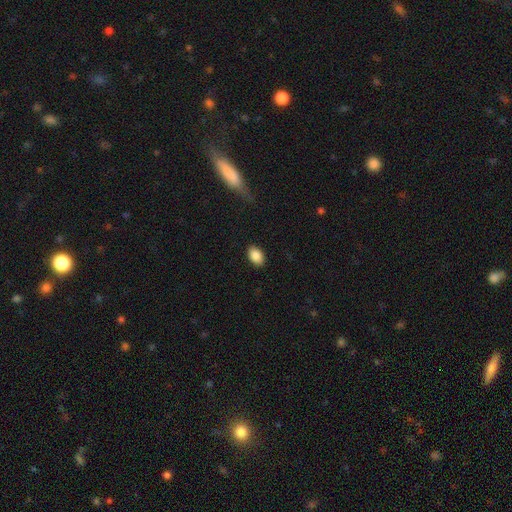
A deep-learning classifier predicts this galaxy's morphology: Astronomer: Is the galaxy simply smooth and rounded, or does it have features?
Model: smooth — 88%.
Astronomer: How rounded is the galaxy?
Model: in between — 88%.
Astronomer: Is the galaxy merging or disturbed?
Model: none — 88%.